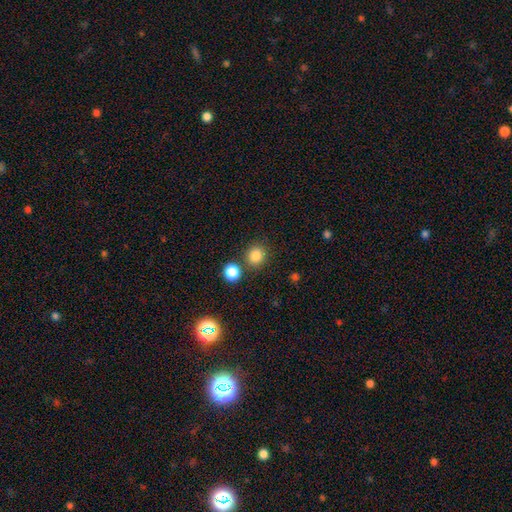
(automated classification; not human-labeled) A smooth galaxy with no disk features (83%) that is round (86%). Merging: none (78%).